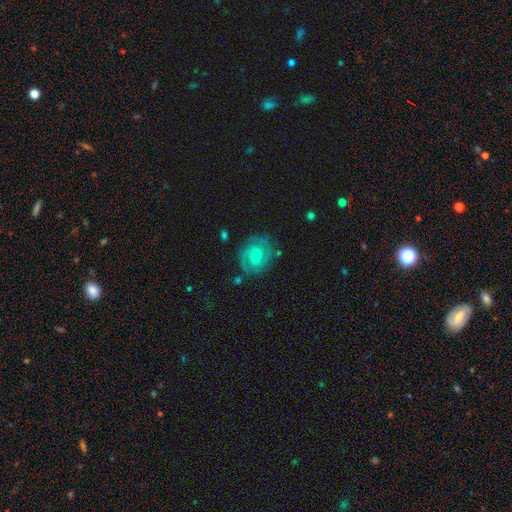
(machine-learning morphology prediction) smooth_or_featured: featured or disk (p=0.74) [alt: smooth p=0.19]
disk_edge_on: no (p=0.97) [alt: yes p=0.03]
bar: no (p=0.48) [alt: weak p=0.44]
has_spiral_arms: yes (p=0.91) [alt: no p=0.09]
spiral_winding: tight (p=0.55) [alt: medium p=0.36]
spiral_arm_count: 2 (p=0.64) [alt: can't tell p=0.19]
bulge_size: small (p=0.55) [alt: moderate p=0.39]
merging: none (p=0.75) [alt: minor disturbance p=0.17]